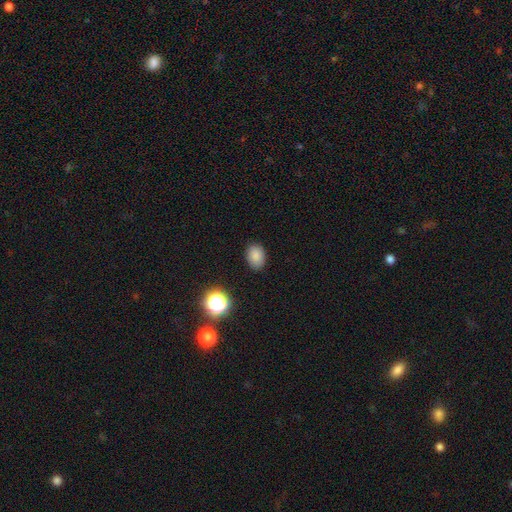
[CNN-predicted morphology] This appears to be a smooth galaxy with no disk features (84%) that is in between round and cigar-shaped (76%). Merging: none (86%).